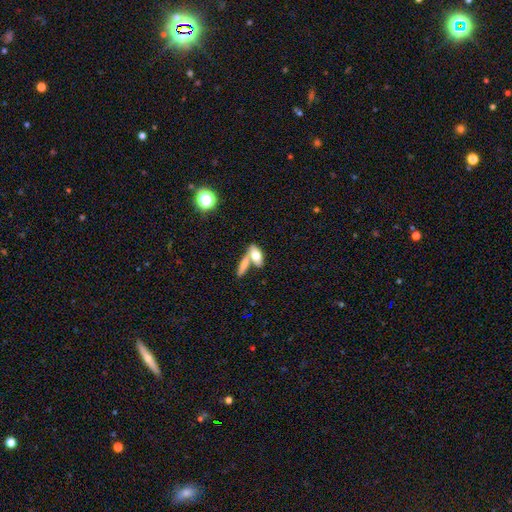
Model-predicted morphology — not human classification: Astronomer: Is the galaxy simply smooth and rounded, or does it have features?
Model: smooth — 71%.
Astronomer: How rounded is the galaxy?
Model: in between — 79%.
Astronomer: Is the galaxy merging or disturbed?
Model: merger — 46% (runner-up: none, 39%).